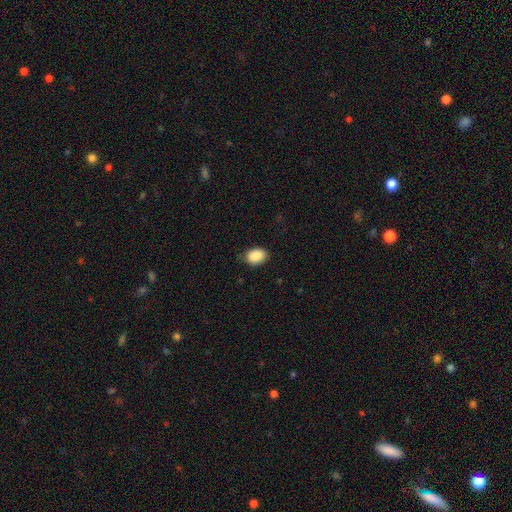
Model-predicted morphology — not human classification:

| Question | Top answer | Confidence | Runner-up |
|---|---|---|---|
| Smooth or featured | smooth | 88% | star or artifact (8%) |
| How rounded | in between | 79% | round (20%) |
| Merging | none | 81% | minor disturbance (15%) |